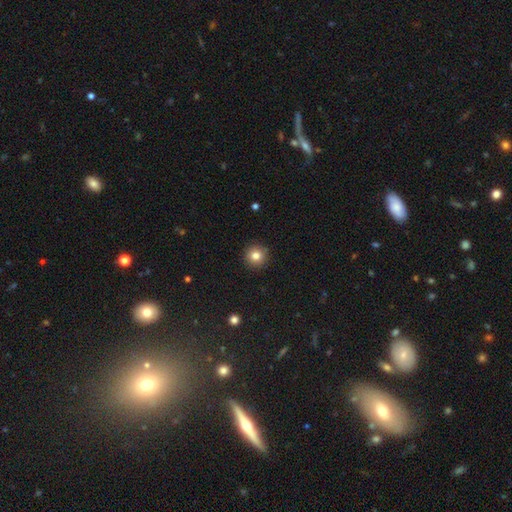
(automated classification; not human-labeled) Morphology: type=smooth (82%); roundness=round (95%); merging=none (92%).